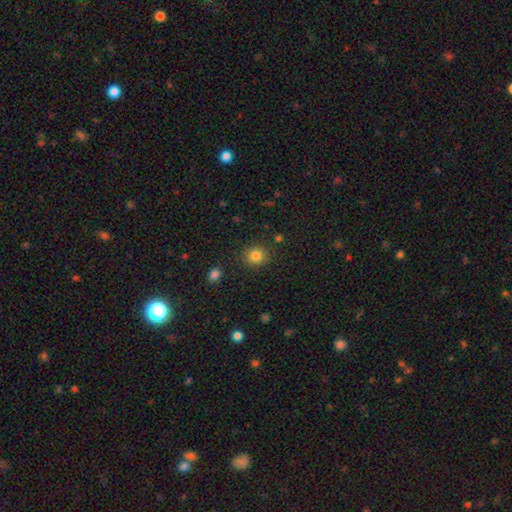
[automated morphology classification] This appears to be a smooth galaxy with no disk features (83%) that is round (86%). Merging: none (88%).